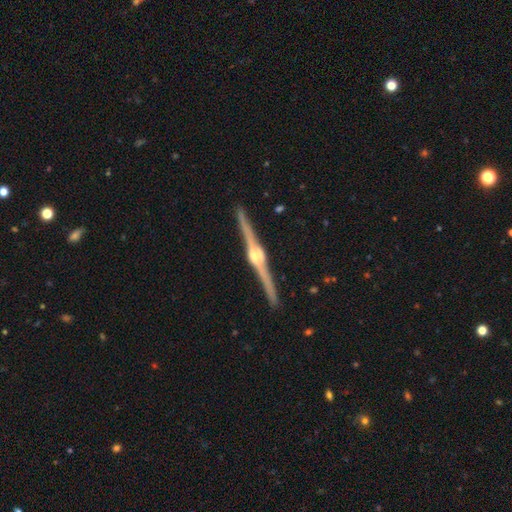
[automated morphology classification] smooth-or-featured: featured or disk: 91% | smooth: 5% | star or artifact: 5%
  disk-edge-on: yes: 99% | no: 1%
    edge-on-bulge: rounded: 89% | boxy: 8% | none: 2%
  merging: none: 92% | minor disturbance: 6% | major disturbance: 1% | merger: 1%